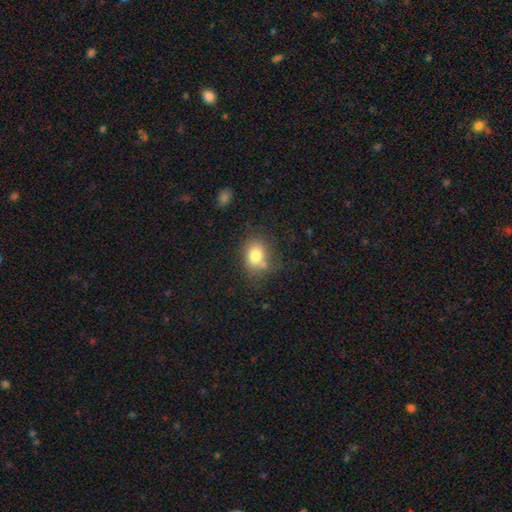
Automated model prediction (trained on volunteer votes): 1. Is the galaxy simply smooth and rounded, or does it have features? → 78% smooth, 12% featured or disk, 10% star or artifact.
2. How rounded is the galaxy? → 60% in between, 39% round, 1% cigar-shaped.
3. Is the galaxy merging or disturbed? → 61% none, 20% minor disturbance, 13% merger, 7% major disturbance.